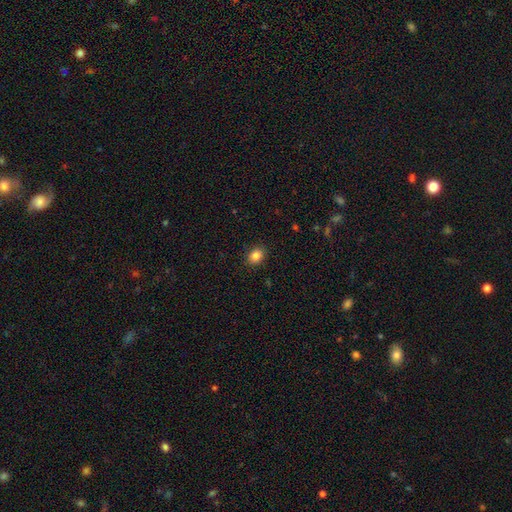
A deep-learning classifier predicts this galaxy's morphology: Overall: smooth (84%). How rounded: in between (59%; round 40%). Merging: none (89%).